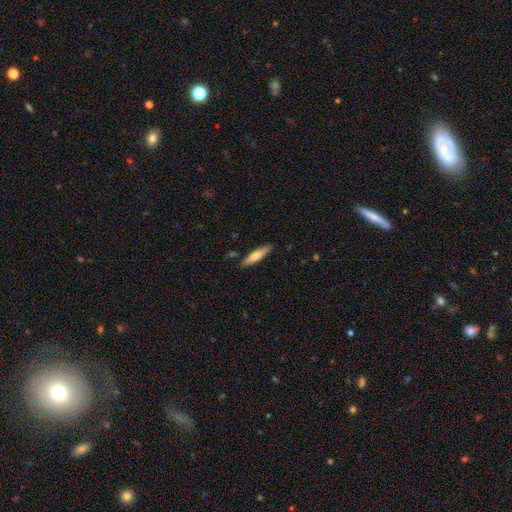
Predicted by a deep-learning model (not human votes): Morphology: type=smooth (61%); roundness=cigar-shaped (80%); merging=none (86%).